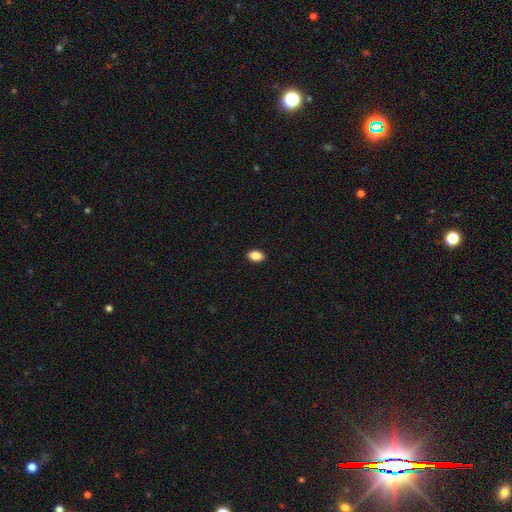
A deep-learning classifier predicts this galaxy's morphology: This appears to be a smooth galaxy with no disk features (88%) that is in between round and cigar-shaped (87%). Merging: none (90%).